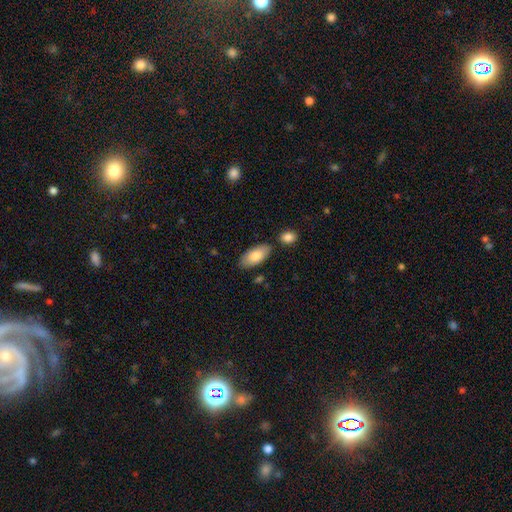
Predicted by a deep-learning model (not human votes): Smooth or featured: smooth — 81% (featured or disk — 13%)
How rounded: in between — 92% (cigar-shaped — 6%)
Merging: none — 78% (minor disturbance — 13%)